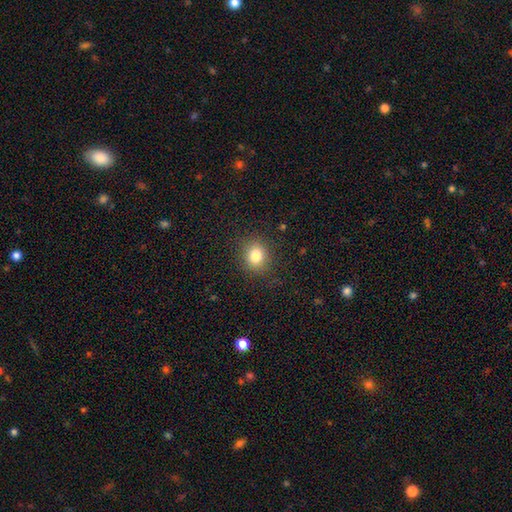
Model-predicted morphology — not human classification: This is clearly a smooth galaxy (81%). How rounded: likely round (71%). Merging: clearly none (87%).